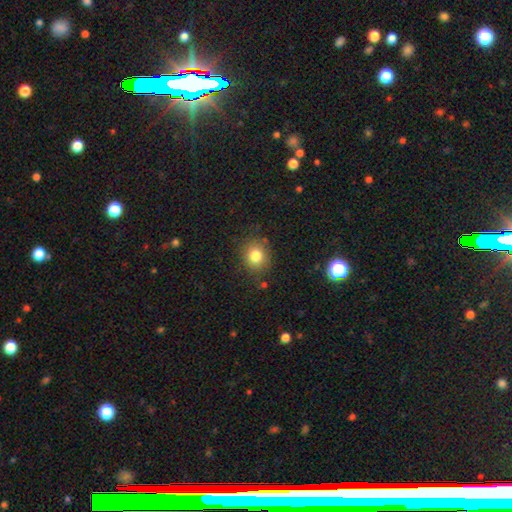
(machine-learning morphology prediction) Smooth or featured?
  - smooth: 81% *
  - star or artifact: 12%
  - featured or disk: 8%
How rounded?
  - round: 72% *
  - in between: 27%
  - cigar-shaped: 1%
Merging?
  - none: 83% *
  - minor disturbance: 11%
  - major disturbance: 3%
  - merger: 2%